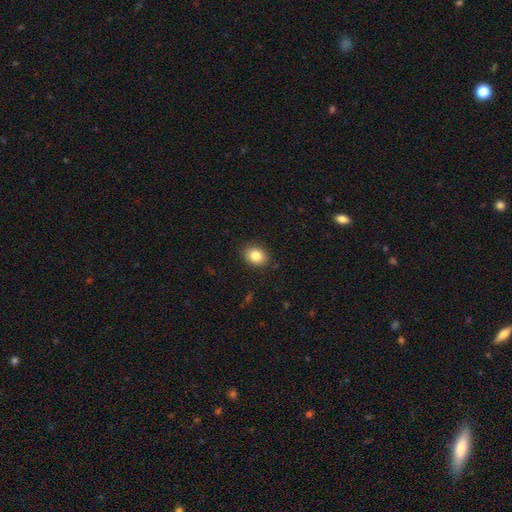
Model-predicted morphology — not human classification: This is clearly a smooth galaxy (84%). How rounded: possibly in between (55%). Merging: clearly none (88%).